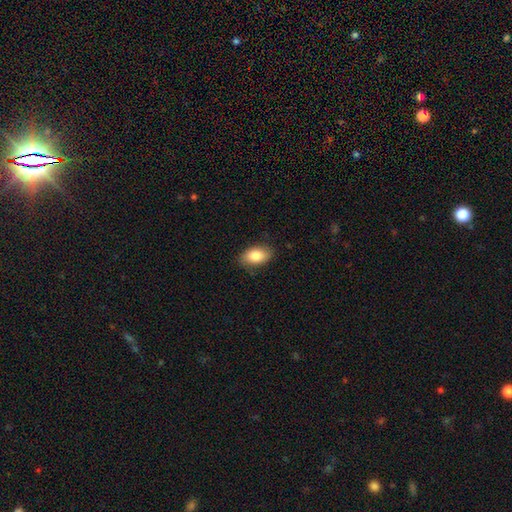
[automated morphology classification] Smooth or featured?
  - smooth: 85% *
  - featured or disk: 8%
  - star or artifact: 7%
How rounded?
  - in between: 92% *
  - round: 6%
  - cigar-shaped: 2%
Merging?
  - none: 83% *
  - minor disturbance: 13%
  - major disturbance: 3%
  - merger: 1%